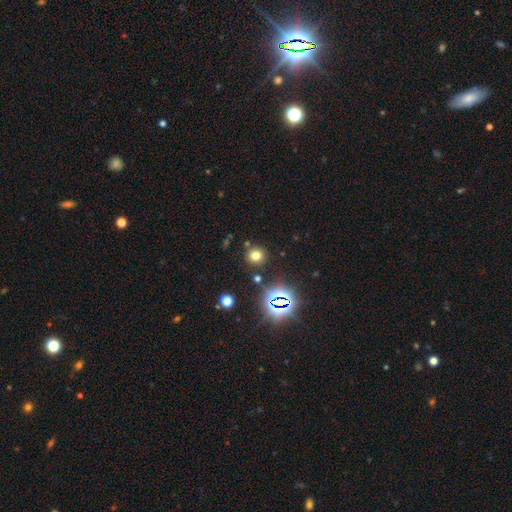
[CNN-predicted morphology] Smooth or featured?
  - smooth: 69% *
  - star or artifact: 23%
  - featured or disk: 8%
How rounded?
  - round: 90% *
  - in between: 9%
  - cigar-shaped: 1%
Merging?
  - none: 85% *
  - minor disturbance: 7%
  - merger: 5%
  - major disturbance: 3%